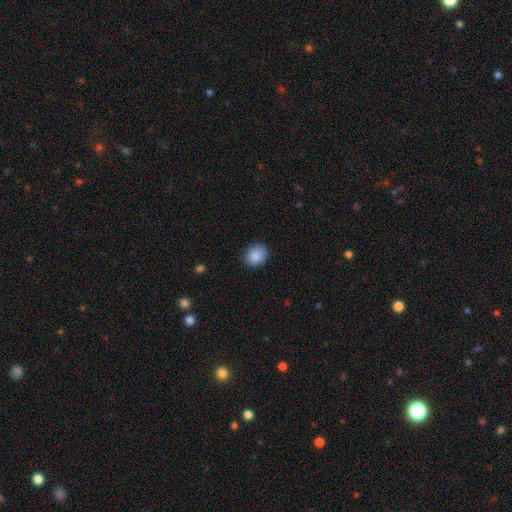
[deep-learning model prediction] This appears to be a smooth galaxy with no disk features (88%) that is round (72%). Merging: none (86%).